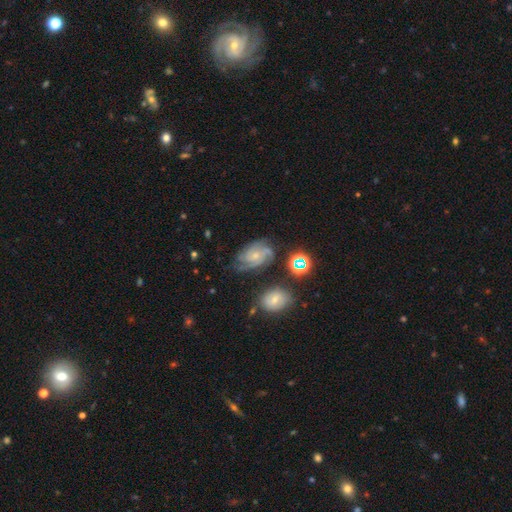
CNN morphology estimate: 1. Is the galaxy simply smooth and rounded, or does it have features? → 78% featured or disk, 12% smooth, 11% star or artifact.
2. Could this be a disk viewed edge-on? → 97% no, 3% yes.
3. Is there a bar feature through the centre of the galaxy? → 69% no, 26% weak, 5% strong.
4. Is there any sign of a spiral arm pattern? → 96% yes, 4% no.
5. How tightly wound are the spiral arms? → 54% tight, 37% medium, 9% loose.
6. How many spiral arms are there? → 36% 3, 24% can't tell, 19% 2, 12% 4, 5% 1, 5% more than 4.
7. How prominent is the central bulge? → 67% small, 27% moderate, 4% none, 2% large, 1% dominant.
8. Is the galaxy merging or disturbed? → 59% none, 23% minor disturbance, 12% major disturbance, 6% merger.